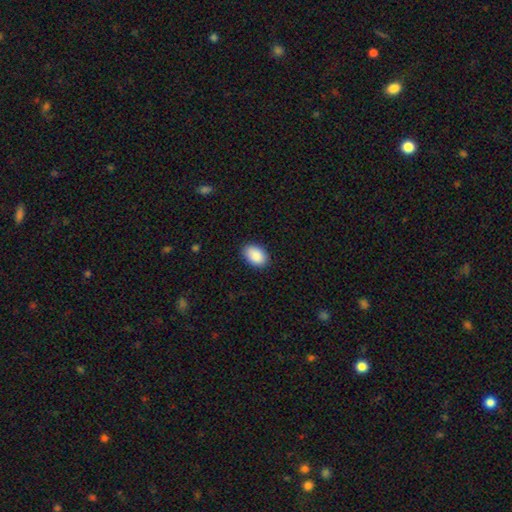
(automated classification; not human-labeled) smooth 90%, star or artifact 7%, featured or disk 4%. Down the decision tree: how rounded — in between (88%); merging — none (87%).